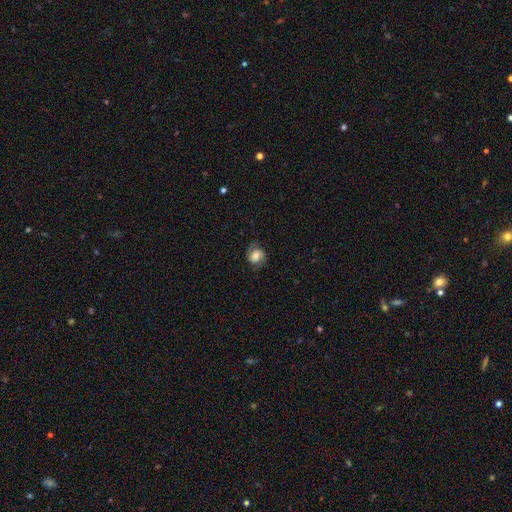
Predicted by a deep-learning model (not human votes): Smooth or featured?
  - featured or disk: 55% *
  - smooth: 36%
  - star or artifact: 9%
Edge-on disk?
  - no: 97% *
  - yes: 3%
Bar?
  - no: 50% *
  - weak: 37%
  - strong: 13%
Spiral arms?
  - yes: 90% *
  - no: 10%
Bulge size?
  - moderate: 55% *
  - small: 21%
  - large: 18%
  - none: 4%
  - dominant: 3%
Merging?
  - none: 75% *
  - minor disturbance: 17%
  - major disturbance: 7%
  - merger: 1%